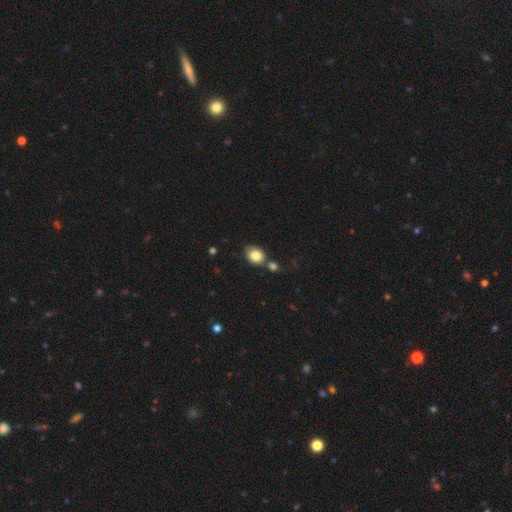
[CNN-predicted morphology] Smooth or featured? smooth (83%)
How rounded? in between (59%)
Merging? none (58%)